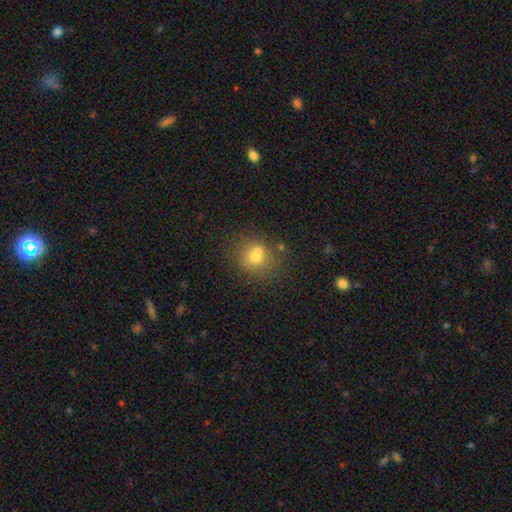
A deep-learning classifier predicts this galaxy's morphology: This is likely a smooth galaxy (65%). How rounded: likely round (80%). Merging: possibly none (57%).